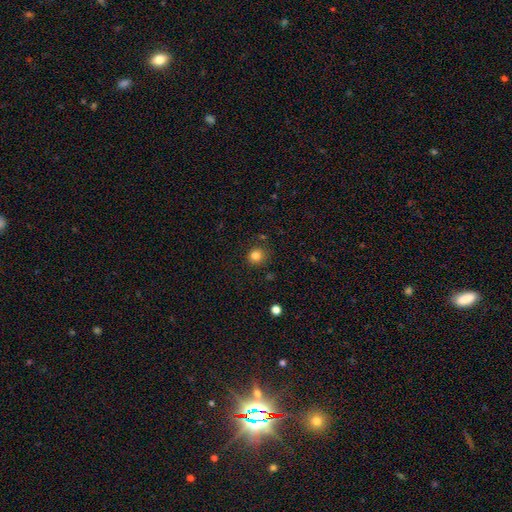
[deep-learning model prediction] Smooth or featured: smooth — 83% (star or artifact — 13%)
How rounded: round — 89% (in between — 10%)
Merging: none — 85% (minor disturbance — 10%)